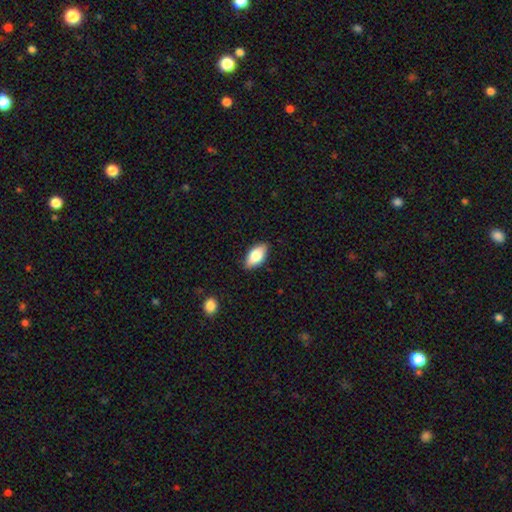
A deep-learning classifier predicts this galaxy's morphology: smooth_or_featured: smooth (p=0.75) [alt: featured or disk p=0.19]
how_rounded: in between (p=0.90) [alt: cigar-shaped p=0.06]
merging: none (p=0.85) [alt: minor disturbance p=0.12]